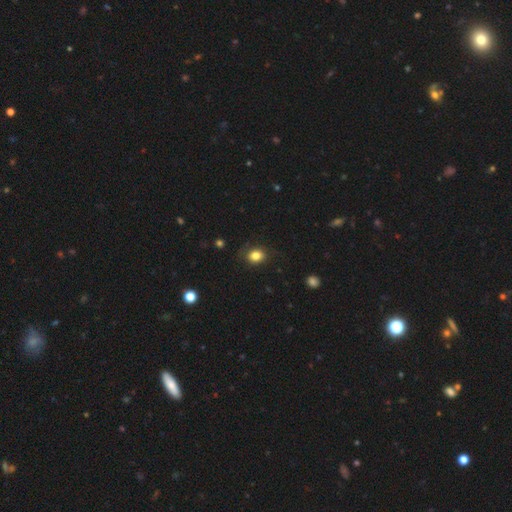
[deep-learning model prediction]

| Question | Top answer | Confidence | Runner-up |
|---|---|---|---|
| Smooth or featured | smooth | 83% | star or artifact (10%) |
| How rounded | in between | 52% | round (48%) |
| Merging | none | 80% | minor disturbance (15%) |